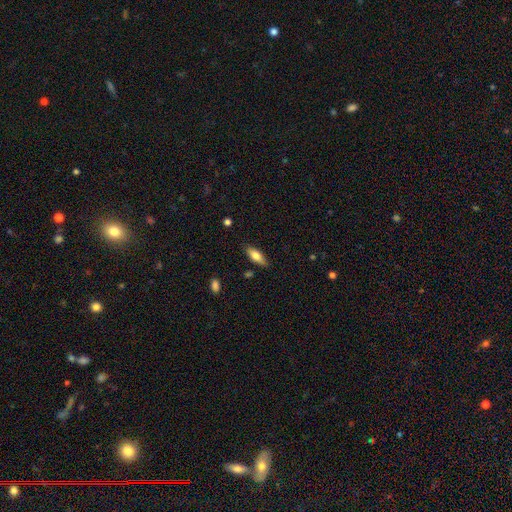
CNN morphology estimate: smooth-or-featured: smooth: 73% | featured or disk: 20% | star or artifact: 7%
  how-rounded: in between: 71% | cigar-shaped: 27% | round: 2%
  merging: none: 82% | minor disturbance: 13% | major disturbance: 3% | merger: 2%